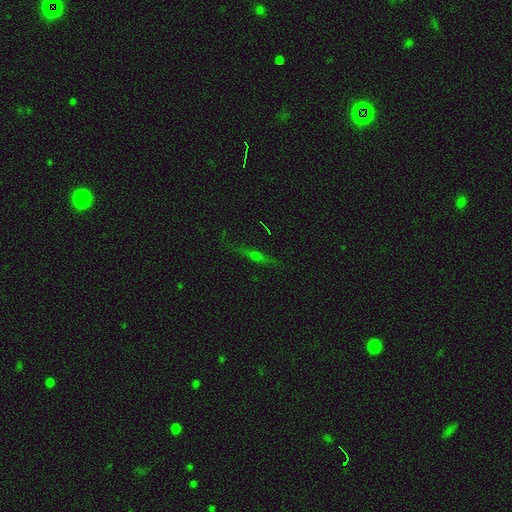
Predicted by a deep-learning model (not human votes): Smooth or featured? featured or disk (58%)
Edge-on disk? yes (93%)
Edge-on bulge? rounded (82%)
Merging? none (85%)